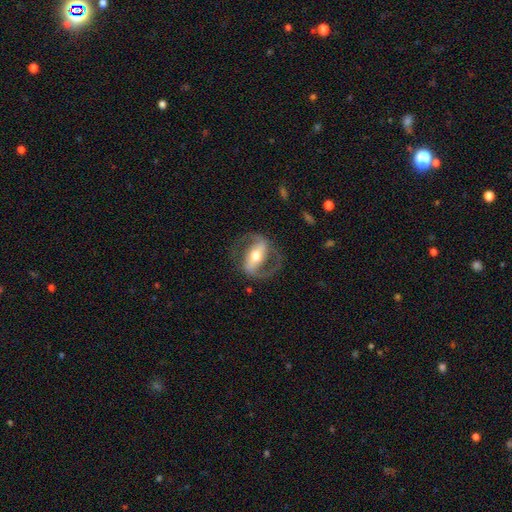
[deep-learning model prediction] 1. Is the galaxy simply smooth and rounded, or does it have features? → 86% featured or disk, 10% smooth, 4% star or artifact.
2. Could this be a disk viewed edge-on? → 94% no, 6% yes.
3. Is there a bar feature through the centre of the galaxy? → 65% strong, 23% weak, 12% no.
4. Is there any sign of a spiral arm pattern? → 90% yes, 10% no.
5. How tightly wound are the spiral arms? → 56% medium, 24% loose, 20% tight.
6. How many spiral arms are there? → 90% 2, 4% 1, 4% can't tell, 1% 3, 1% 4, 1% more than 4.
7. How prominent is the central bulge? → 68% moderate, 19% small, 10% large, 1% dominant, 1% none.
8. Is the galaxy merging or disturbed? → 75% none, 13% minor disturbance, 11% major disturbance, 1% merger.